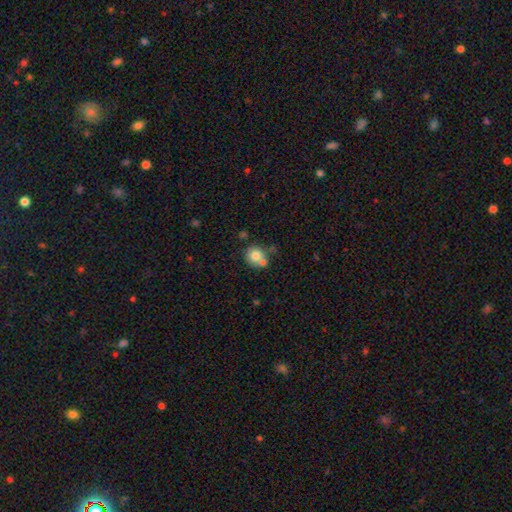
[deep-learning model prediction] Morphology: type=smooth (76%); roundness=round (84%); merging=none (52%).